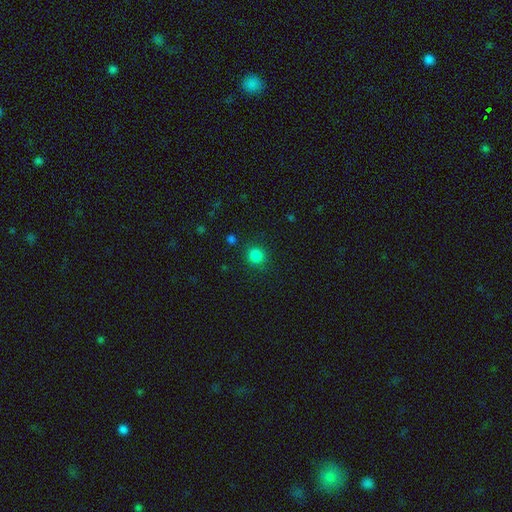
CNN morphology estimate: Smooth or featured? smooth (83%)
How rounded? round (90%)
Merging? none (86%)